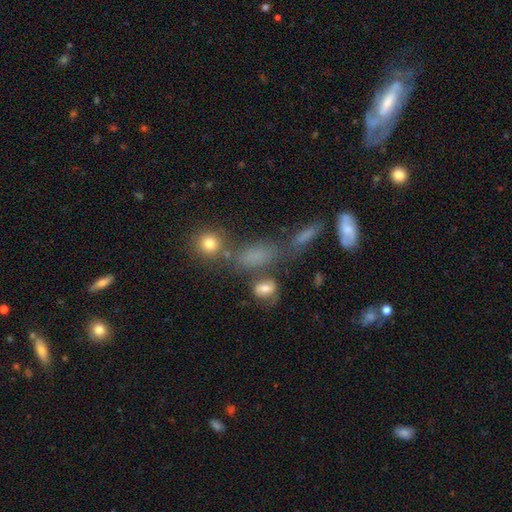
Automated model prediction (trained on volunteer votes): smooth 65%, star or artifact 19%, featured or disk 16%. Down the decision tree: how rounded — in between (65%); merging — none (52%).